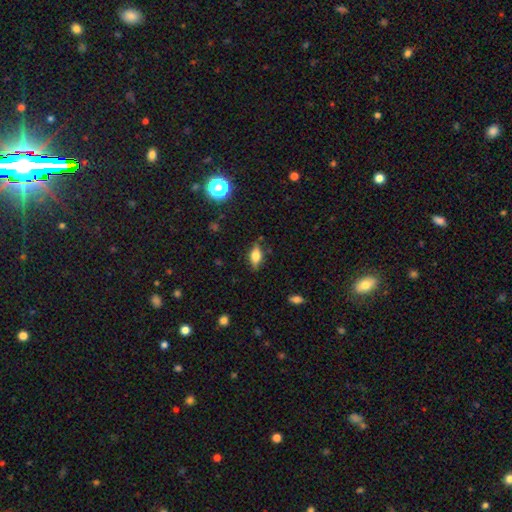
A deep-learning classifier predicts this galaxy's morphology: A smooth galaxy with no disk features (53%) that is in between round and cigar-shaped (74%). Merging: none (79%).